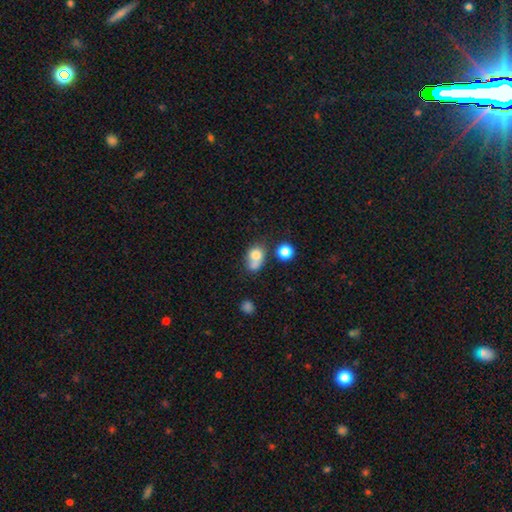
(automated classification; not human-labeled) smooth 75%, featured or disk 14%, star or artifact 11%. Down the decision tree: how rounded — round (53%); merging — merger (42%).